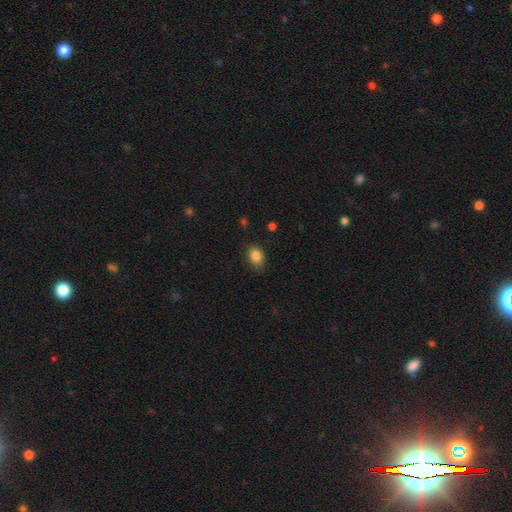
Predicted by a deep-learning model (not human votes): Smooth or featured? Predicted: smooth (p=0.86). How rounded? Predicted: in between (p=0.73). Merging? Predicted: none (p=0.77).